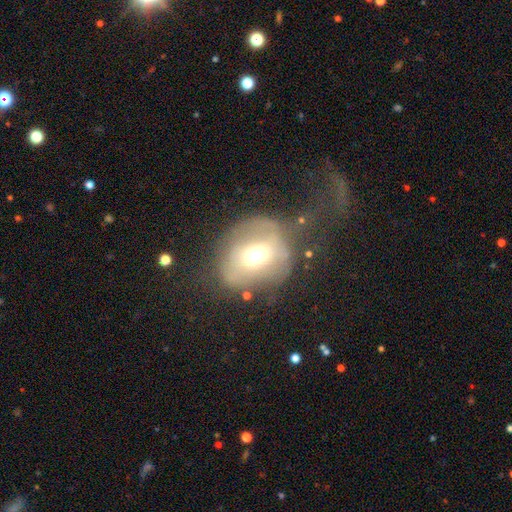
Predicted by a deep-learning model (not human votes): This is possibly a smooth galaxy (50%). Merging: marginally none (39%).